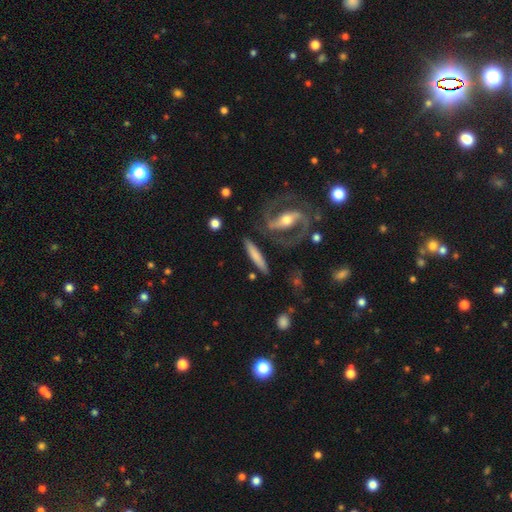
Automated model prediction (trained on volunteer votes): Smooth or featured: smooth — 51% (featured or disk — 43%)
How rounded: cigar-shaped — 88% (in between — 10%)
Merging: none — 80% (minor disturbance — 11%)